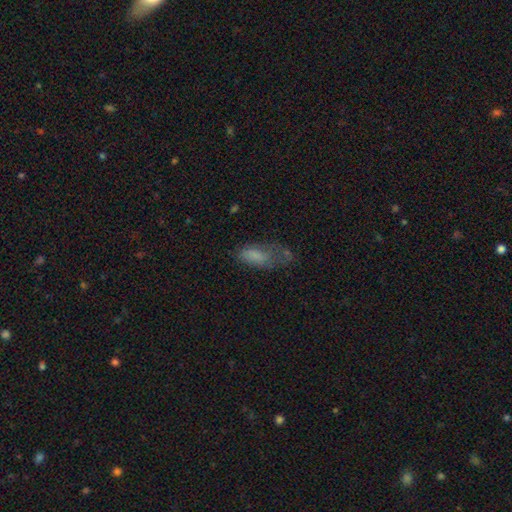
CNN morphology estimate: Smooth or featured? smooth (70%)
How rounded? in between (80%)
Merging? major disturbance (38%)